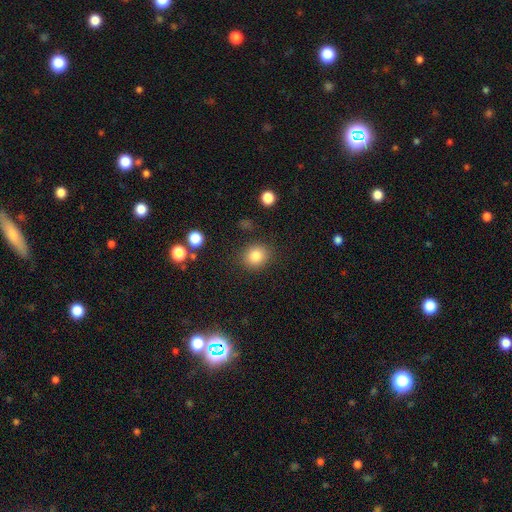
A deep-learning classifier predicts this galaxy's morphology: Smooth or featured? smooth (84%)
How rounded? round (75%)
Merging? none (86%)